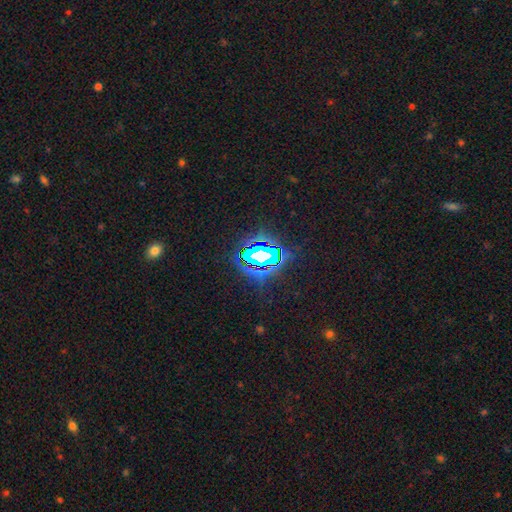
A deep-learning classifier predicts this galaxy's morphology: smooth-or-featured: star or artifact: 72% | smooth: 16% | featured or disk: 13%